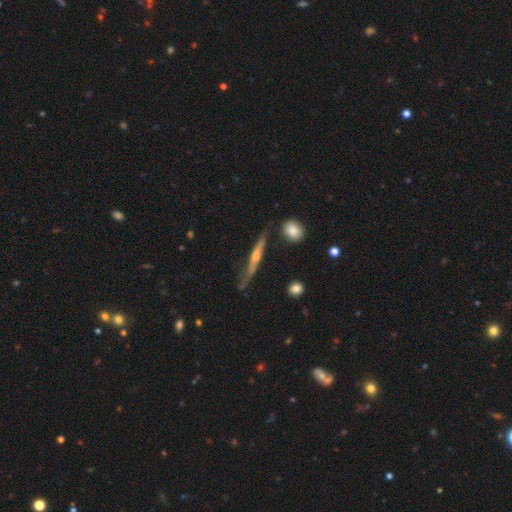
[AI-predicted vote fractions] This is likely a featured or disk galaxy (66%). It is clearly viewed edge-on (93%). Edge-on bulge: likely rounded (66%). Merging: likely none (68%).